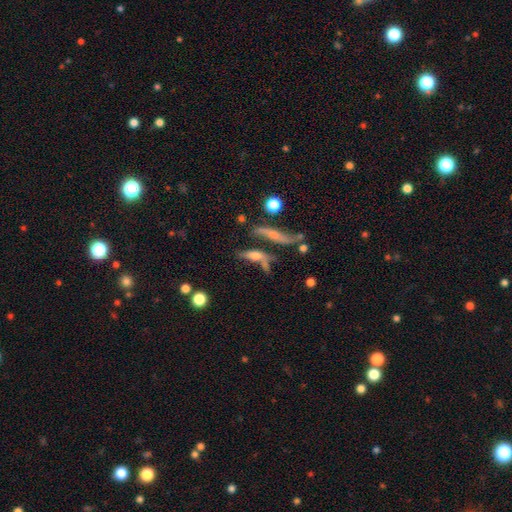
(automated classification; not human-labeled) This is possibly a smooth galaxy (45%). Merging: marginally none (41%).